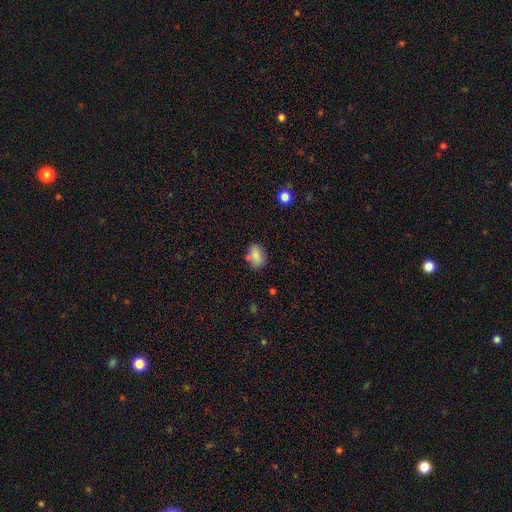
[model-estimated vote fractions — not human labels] The model was most divided on "merging": none: 71%, minor disturbance: 18%, merger: 6%, major disturbance: 4%. More confident: smooth or featured — smooth (85%); how rounded — in between (76%).